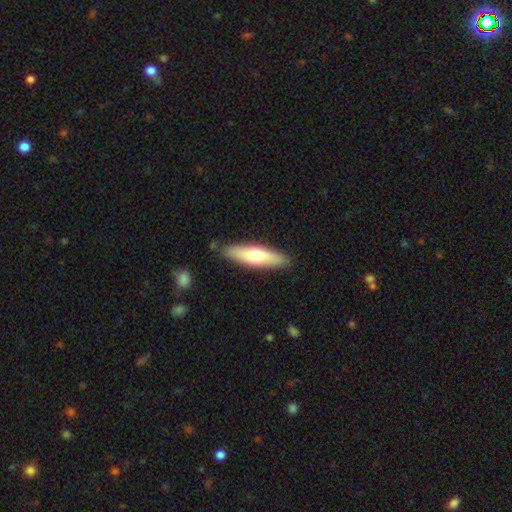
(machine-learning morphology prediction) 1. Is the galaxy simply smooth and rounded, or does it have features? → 65% smooth, 30% featured or disk, 5% star or artifact.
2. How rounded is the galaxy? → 65% cigar-shaped, 33% in between, 2% round.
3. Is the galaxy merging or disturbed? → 85% none, 11% minor disturbance, 2% merger, 2% major disturbance.